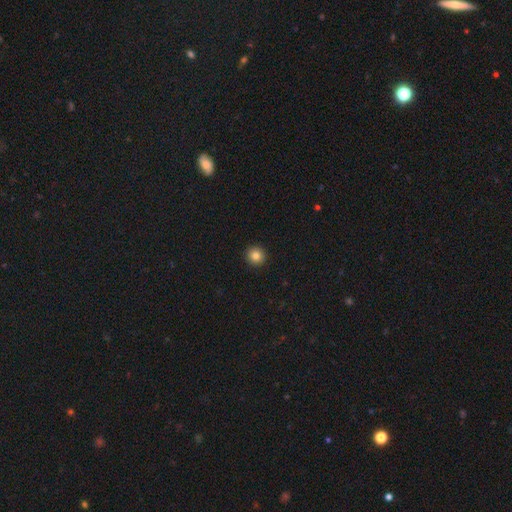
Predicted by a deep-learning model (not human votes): Overall: smooth (83%). How rounded: round (95%). Merging: none (94%).